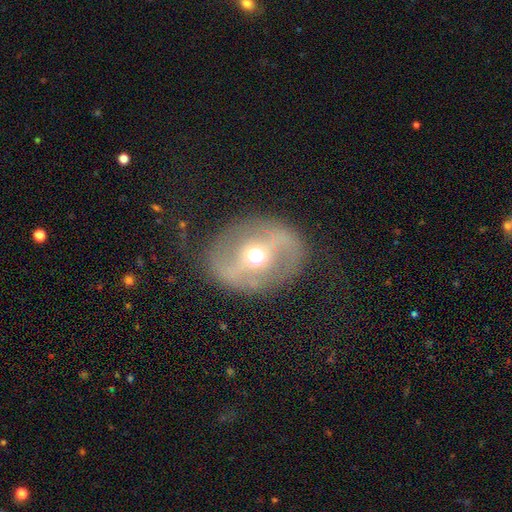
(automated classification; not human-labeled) Smooth or featured: featured or disk — 66% (smooth — 26%)
Edge-on disk: no — 90% (yes — 10%)
Bar: strong — 36% (weak — 34%)
Spiral arms: no — 63% (yes — 37%)
Bulge size: moderate — 69% (small — 14%)
Merging: none — 80% (minor disturbance — 11%)